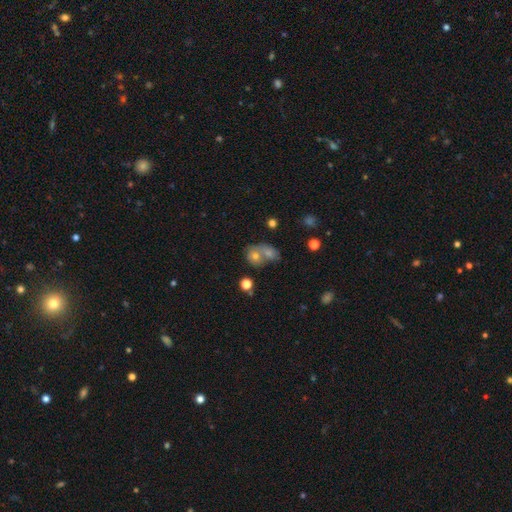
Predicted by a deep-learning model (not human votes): This appears to be a smooth galaxy with no disk features (62%) that is round (65%). Merging: merger (54%).